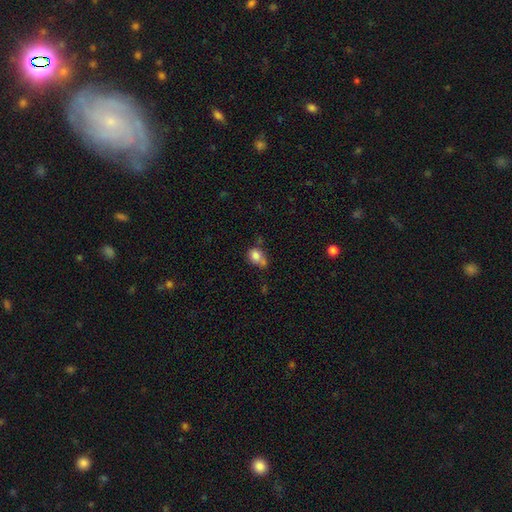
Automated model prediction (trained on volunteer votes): A smooth galaxy with no disk features (79%) that is in between round and cigar-shaped (51%).

Vote fractions:
- Smooth or featured? smooth: 79% / featured or disk: 11% / star or artifact: 11%
- How rounded? in between: 51% / round: 48% / cigar-shaped: 1%
- Merging? none: 36% / minor disturbance: 27% / merger: 25% / major disturbance: 11%